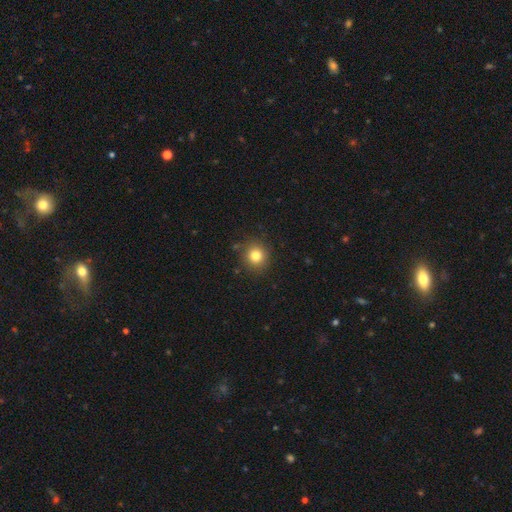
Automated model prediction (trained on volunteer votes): This appears to be a smooth galaxy with no disk features (81%) that is round (90%). Merging: none (87%).